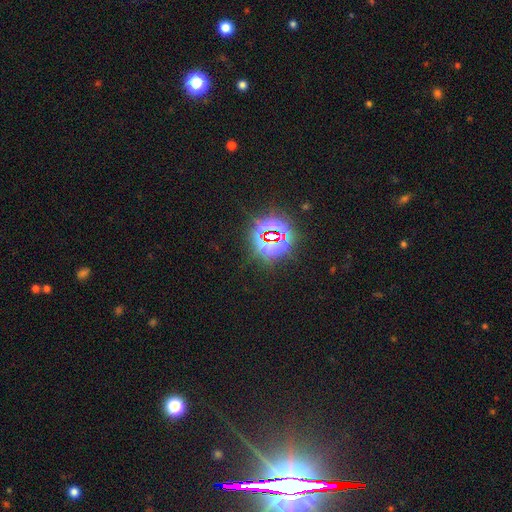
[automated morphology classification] The model was most divided on "smooth or featured": star or artifact: 80%, smooth: 11%, featured or disk: 9%.